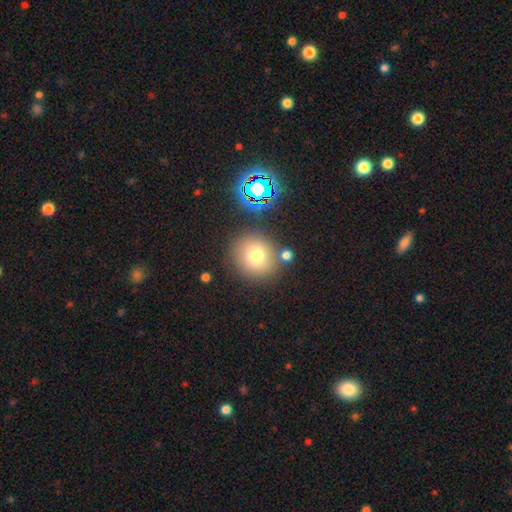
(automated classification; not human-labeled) Smooth or featured? Predicted: smooth (p=0.73). How rounded? Predicted: round (p=0.91). Merging? Predicted: none (p=0.80).